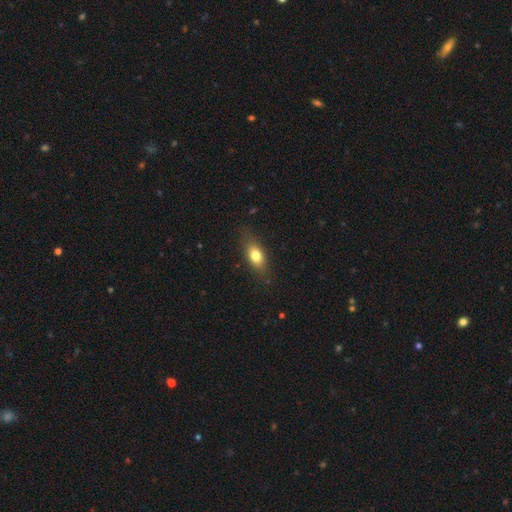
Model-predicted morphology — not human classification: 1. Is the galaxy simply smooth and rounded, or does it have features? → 75% smooth, 17% featured or disk, 8% star or artifact.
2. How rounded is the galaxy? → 77% in between, 15% cigar-shaped, 8% round.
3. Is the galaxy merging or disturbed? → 79% none, 16% minor disturbance, 4% major disturbance, 1% merger.